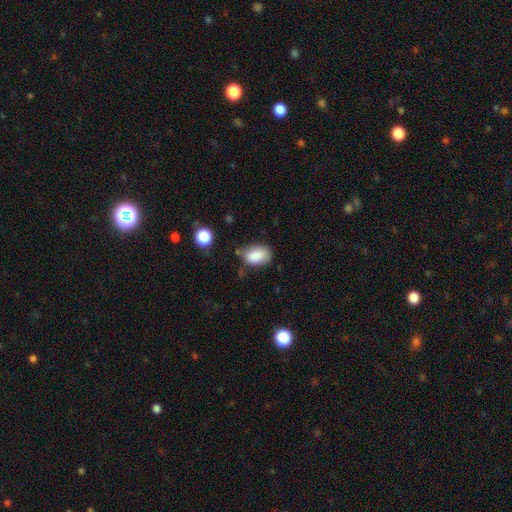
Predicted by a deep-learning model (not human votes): Overall: smooth (84%). How rounded: in between (86%). Merging: none (66%).